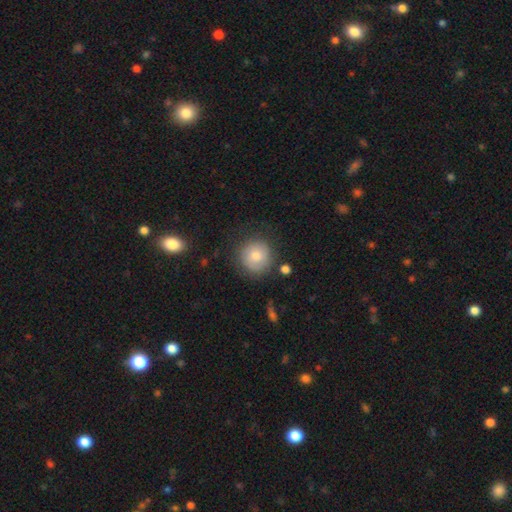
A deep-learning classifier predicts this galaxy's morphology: smooth 75%, featured or disk 17%, star or artifact 9%. Down the decision tree: how rounded — round (94%); merging — none (79%).